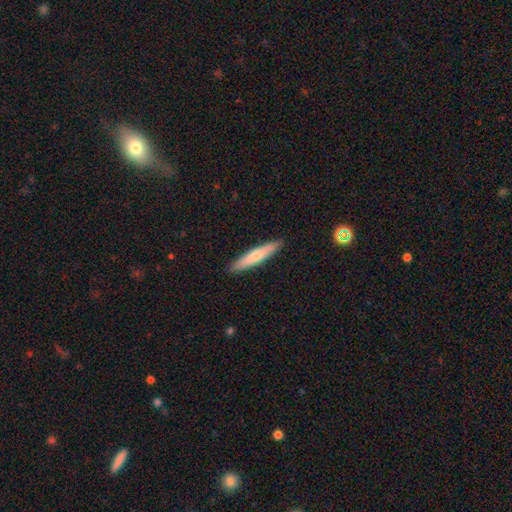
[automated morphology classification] Smooth or featured: smooth — 69% (featured or disk — 26%)
How rounded: cigar-shaped — 92% (in between — 7%)
Merging: none — 91% (minor disturbance — 7%)